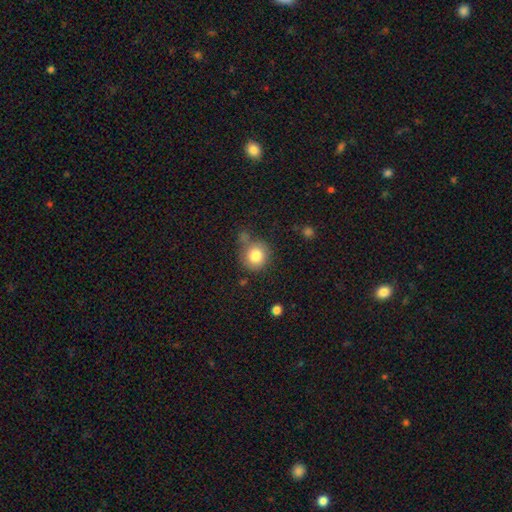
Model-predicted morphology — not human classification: smooth_or_featured: smooth (p=0.82) [alt: star or artifact p=0.09]
how_rounded: round (p=0.87) [alt: in between p=0.12]
merging: none (p=0.64) [alt: minor disturbance p=0.18]